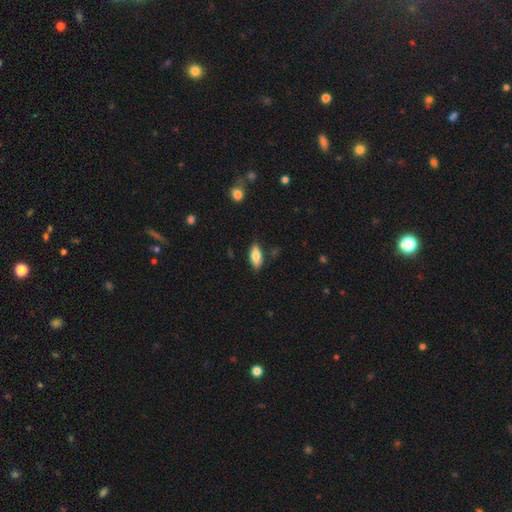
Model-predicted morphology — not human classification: Q: Smooth or featured?
A: smooth (72%); runner-up: featured or disk (21%)
Q: How rounded?
A: in between (78%); runner-up: cigar-shaped (19%)
Q: Merging?
A: none (81%); runner-up: minor disturbance (15%)